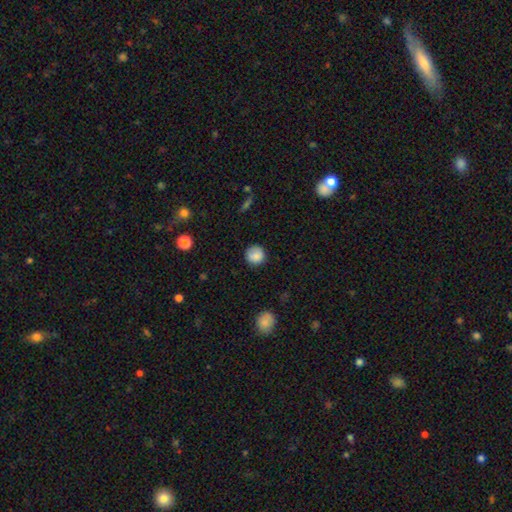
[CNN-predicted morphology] The model was most divided on "merging": none: 86%, minor disturbance: 10%, major disturbance: 2%, merger: 1%. More confident: how rounded — round (93%); smooth or featured — smooth (86%).